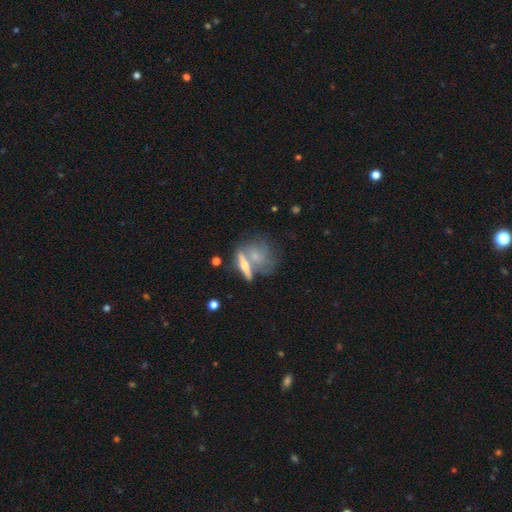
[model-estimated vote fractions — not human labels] The model was most divided on "merging": none: 41%, merger: 39%, minor disturbance: 13%, major disturbance: 7%. Remaining: smooth or featured — smooth (50%).